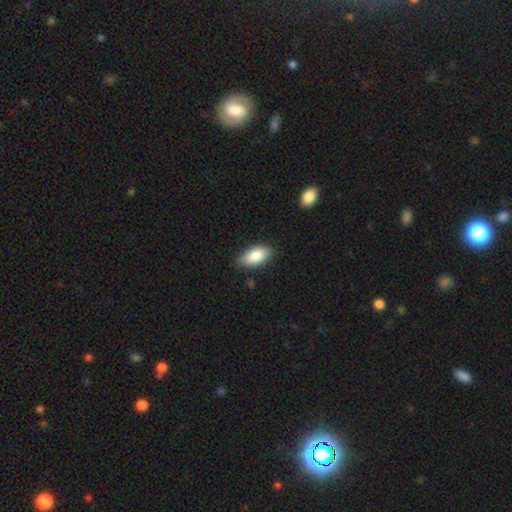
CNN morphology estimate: smooth_or_featured: smooth (p=0.86) [alt: featured or disk p=0.08]
how_rounded: in between (p=0.92) [alt: cigar-shaped p=0.06]
merging: none (p=0.83) [alt: minor disturbance p=0.14]